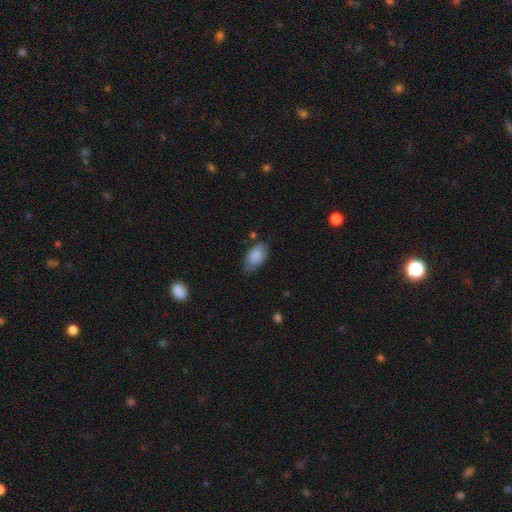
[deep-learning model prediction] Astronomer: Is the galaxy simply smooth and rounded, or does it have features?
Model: smooth — 86%.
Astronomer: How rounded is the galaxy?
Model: in between — 93%.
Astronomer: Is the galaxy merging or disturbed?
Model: none — 68%.